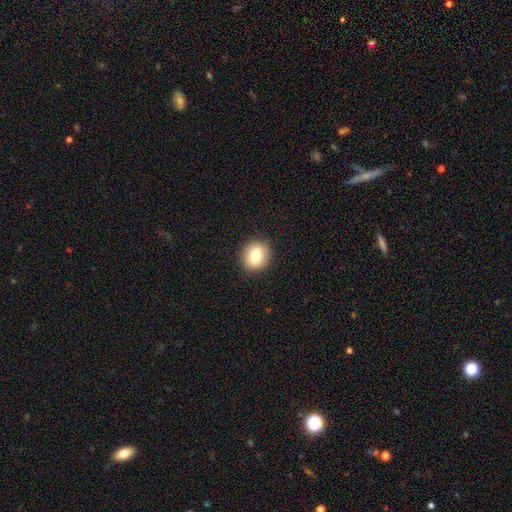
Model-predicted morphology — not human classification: A smooth galaxy with no disk features (78%) that is round (79%).

Vote fractions:
- Smooth or featured? smooth: 78% / featured or disk: 12% / star or artifact: 10%
- How rounded? round: 79% / in between: 20% / cigar-shaped: 1%
- Merging? none: 90% / minor disturbance: 7% / major disturbance: 2% / merger: 1%